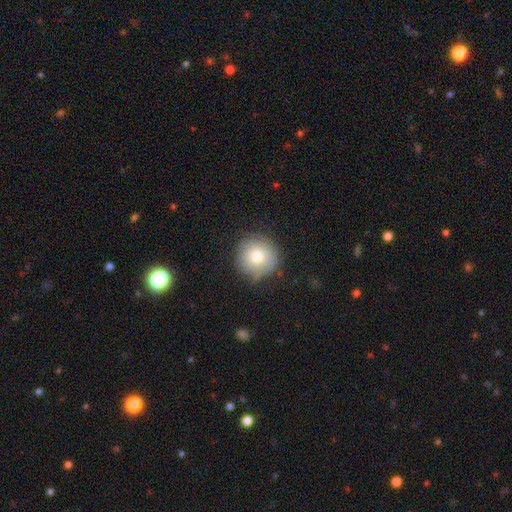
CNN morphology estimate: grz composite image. It shows a smooth galaxy with no disk features (74%) that is round (94%). Merging: none (72%).